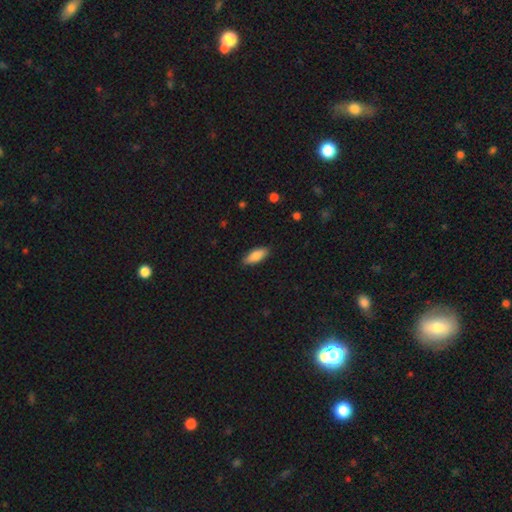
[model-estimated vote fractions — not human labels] A smooth galaxy with no disk features (83%) that is in between round and cigar-shaped (72%). Merging: none (87%).